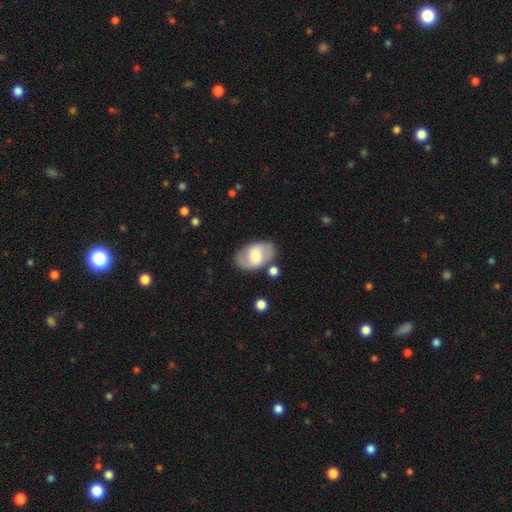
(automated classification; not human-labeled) Q: Smooth or featured?
A: smooth (50%); runner-up: featured or disk (44%)
Q: Merging?
A: none (73%); runner-up: minor disturbance (16%)